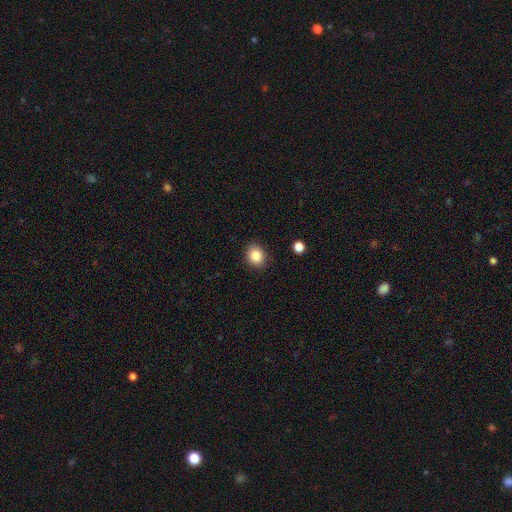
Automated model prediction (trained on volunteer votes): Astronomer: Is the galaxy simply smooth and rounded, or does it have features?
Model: smooth — 86%.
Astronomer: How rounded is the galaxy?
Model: round — 66%.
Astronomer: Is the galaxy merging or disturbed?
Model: none — 88%.